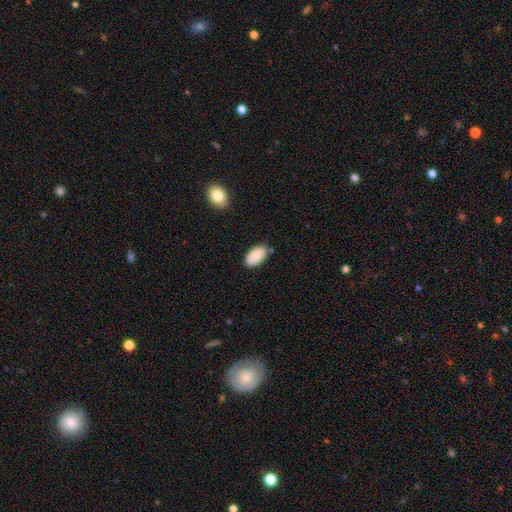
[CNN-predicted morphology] This appears to be a smooth galaxy with no disk features (88%) that is in between round and cigar-shaped (95%). Merging: none (80%).